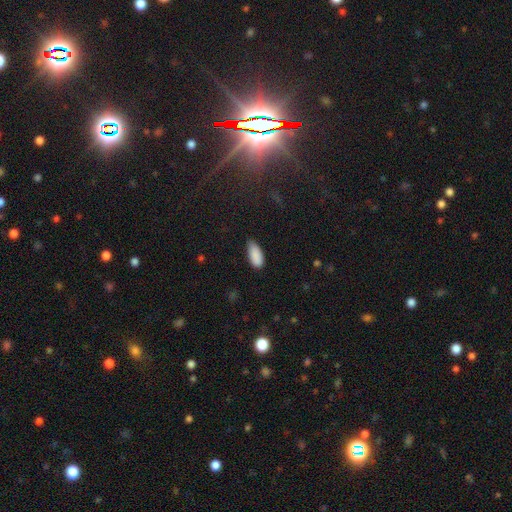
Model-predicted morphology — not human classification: A smooth galaxy with no disk features (89%) that is in between round and cigar-shaped (89%).

Vote fractions:
- Smooth or featured? smooth: 89% / star or artifact: 7% / featured or disk: 4%
- How rounded? in between: 89% / cigar-shaped: 10% / round: 2%
- Merging? none: 70% / minor disturbance: 25% / major disturbance: 4% / merger: 1%